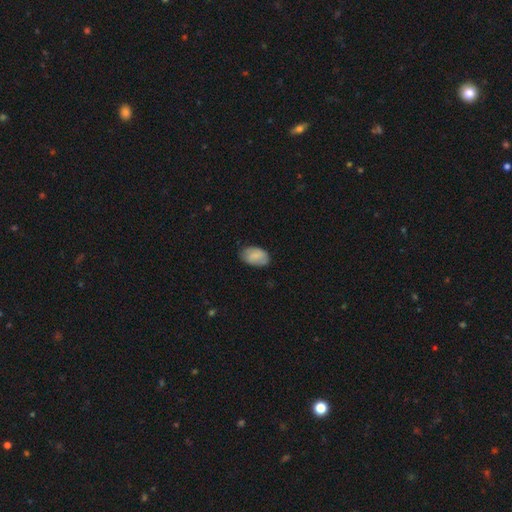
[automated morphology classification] Q: Smooth or featured?
A: smooth (79%); runner-up: featured or disk (15%)
Q: How rounded?
A: in between (91%); runner-up: round (7%)
Q: Merging?
A: none (74%); runner-up: minor disturbance (21%)